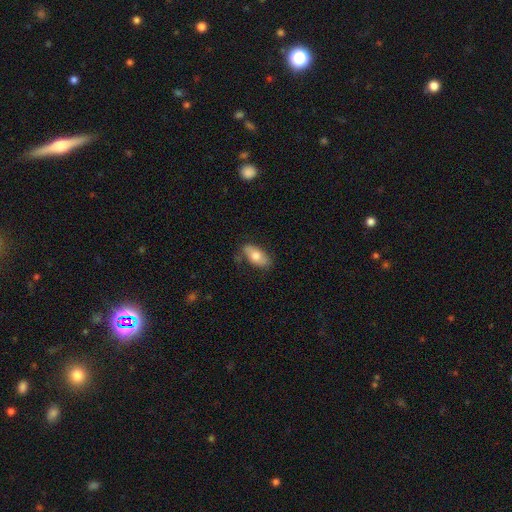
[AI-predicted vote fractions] smooth 72%, featured or disk 21%, star or artifact 7%. Down the decision tree: how rounded — in between (89%); merging — none (73%).